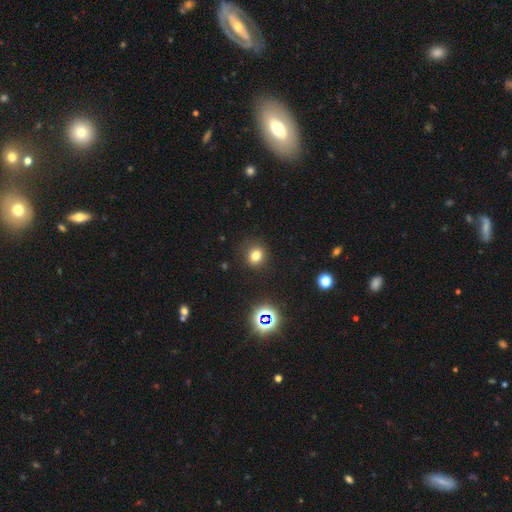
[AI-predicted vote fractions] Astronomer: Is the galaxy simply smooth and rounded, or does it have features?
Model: smooth — 77%.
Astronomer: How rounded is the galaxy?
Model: round — 72%.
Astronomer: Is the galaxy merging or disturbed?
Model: none — 87%.